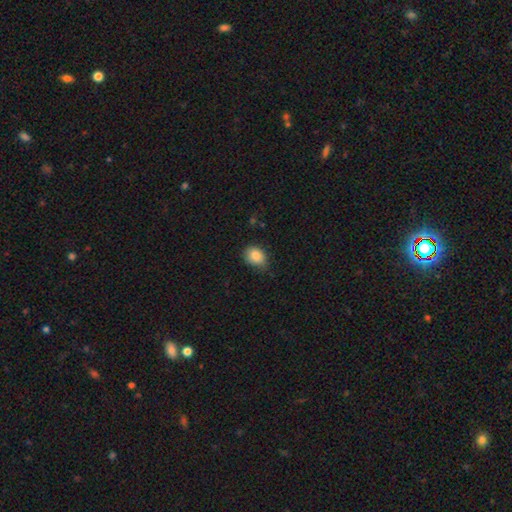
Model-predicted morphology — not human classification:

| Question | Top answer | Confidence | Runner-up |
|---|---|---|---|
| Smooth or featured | smooth | 87% | star or artifact (9%) |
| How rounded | in between | 58% | round (41%) |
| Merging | none | 70% | minor disturbance (24%) |